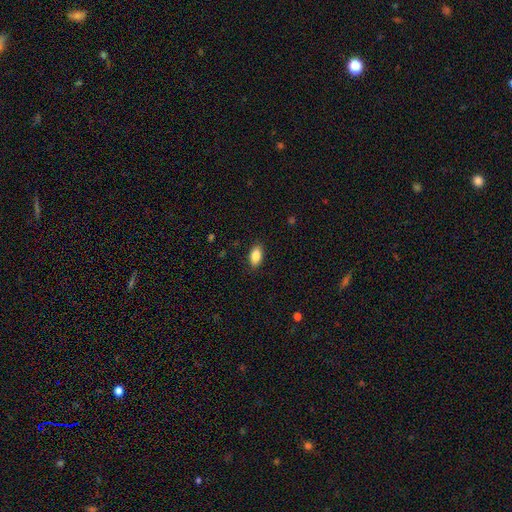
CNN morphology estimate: This appears to be a smooth galaxy with no disk features (86%) that is in between round and cigar-shaped (91%). Merging: none (87%).